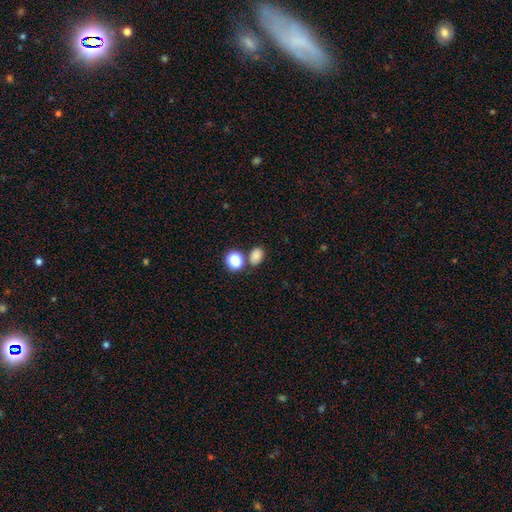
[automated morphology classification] Overall: smooth (80%). How rounded: in between (65%; round 34%). Merging: none (70%).